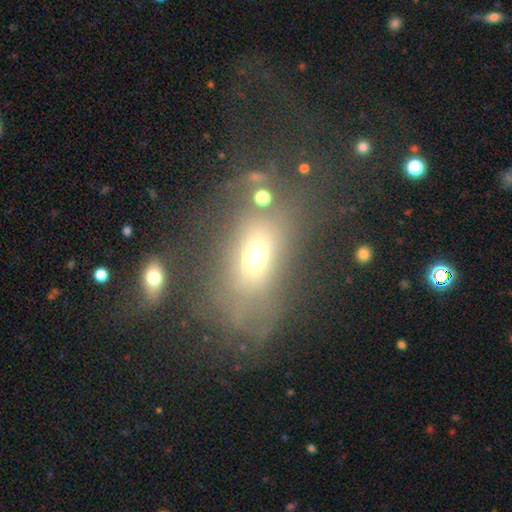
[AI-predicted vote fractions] Smooth or featured?
  - smooth: 57% *
  - featured or disk: 24%
  - star or artifact: 19%
How rounded?
  - in between: 72% *
  - round: 23%
  - cigar-shaped: 5%
Merging?
  - none: 45% *
  - major disturbance: 27%
  - minor disturbance: 18%
  - merger: 10%